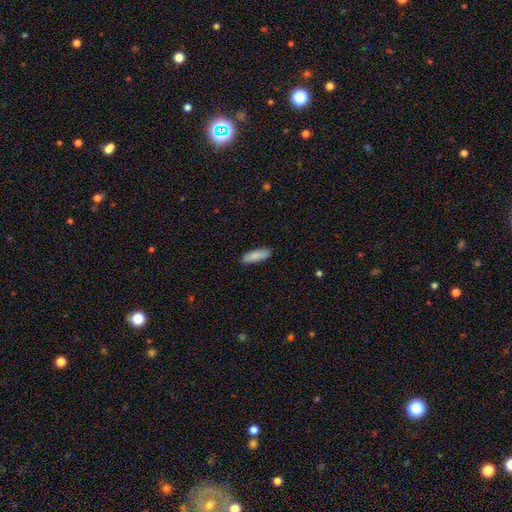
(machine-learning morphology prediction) A smooth galaxy with no disk features (86%) that is cigar-shaped (52%). Merging: none (87%).